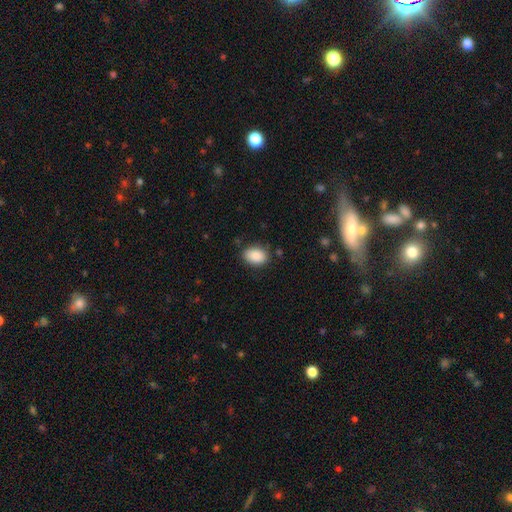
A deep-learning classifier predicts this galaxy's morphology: Q: Smooth or featured?
A: smooth (89%); runner-up: star or artifact (7%)
Q: How rounded?
A: in between (83%); runner-up: round (16%)
Q: Merging?
A: none (83%); runner-up: minor disturbance (12%)